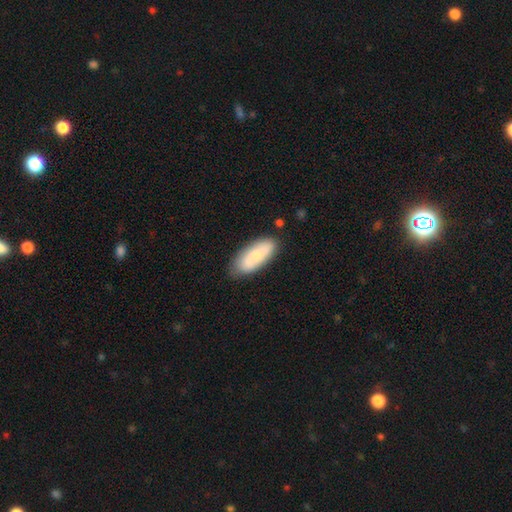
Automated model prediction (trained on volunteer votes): Morphology: type=smooth (67%); roundness=in between (83%); merging=none (79%).